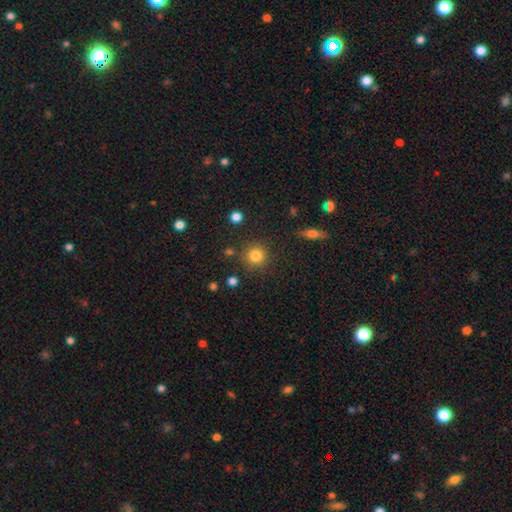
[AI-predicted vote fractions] smooth 83%, star or artifact 12%, featured or disk 6%. Down the decision tree: how rounded — round (93%); merging — none (85%).